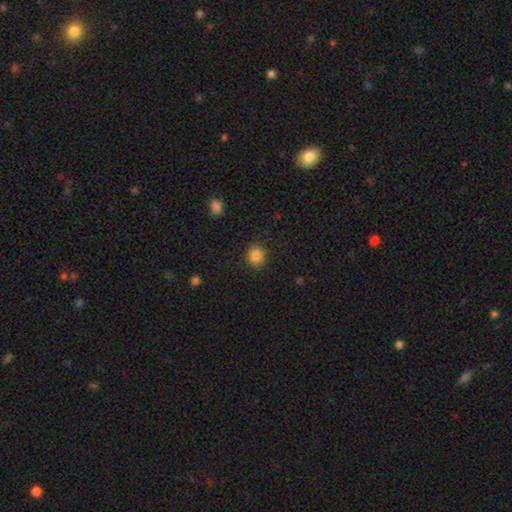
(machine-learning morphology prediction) Smooth or featured? smooth (87%)
How rounded? round (70%)
Merging? none (89%)